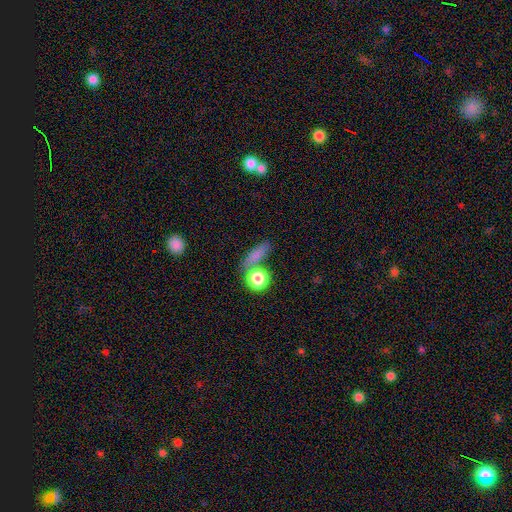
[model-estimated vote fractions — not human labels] smooth_or_featured: smooth (p=0.75) [alt: star or artifact p=0.14]
how_rounded: round (p=0.36) [alt: in between p=0.32]
merging: none (p=0.58) [alt: merger p=0.21]